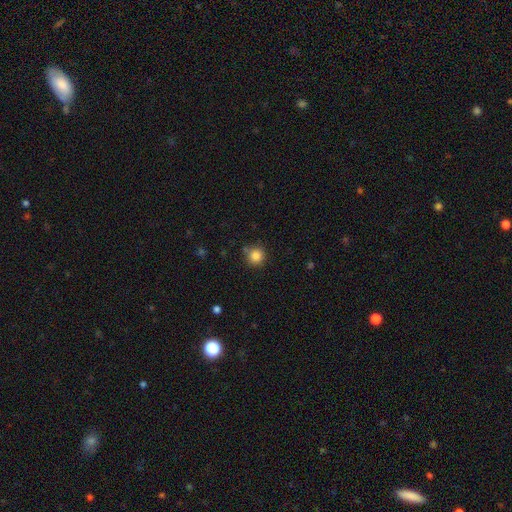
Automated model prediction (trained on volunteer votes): This appears to be a smooth galaxy with no disk features (84%) that is round (93%). Merging: none (81%).